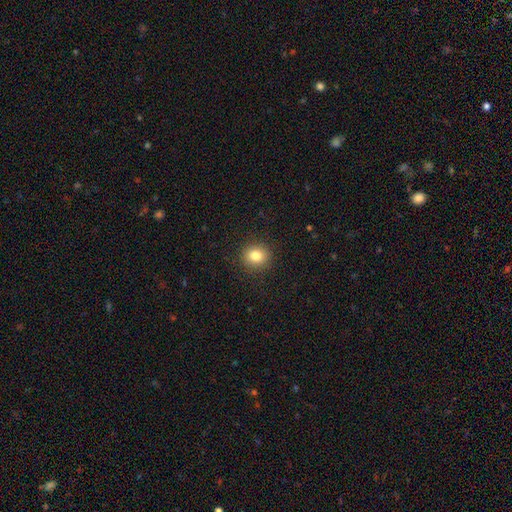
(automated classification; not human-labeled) Overall: smooth (83%). How rounded: round (83%). Merging: none (91%).